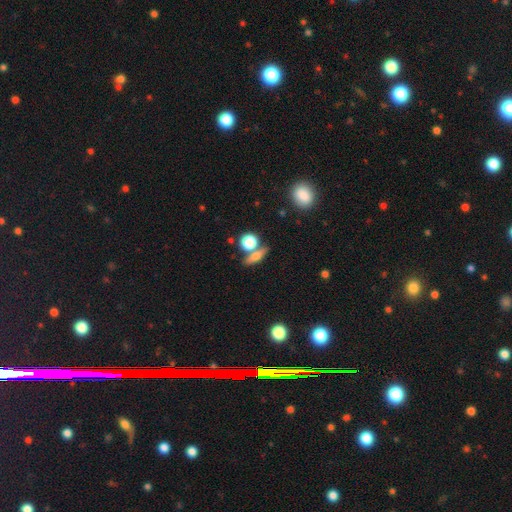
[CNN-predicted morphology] This appears to be a smooth galaxy with no disk features (58%) that is cigar-shaped (38%). Merging: none (67%).